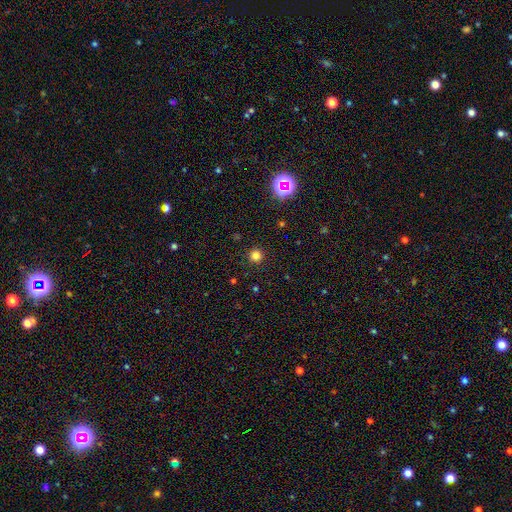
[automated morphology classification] Smooth or featured: smooth — 80% (star or artifact — 16%)
How rounded: round — 95% (in between — 4%)
Merging: none — 92% (minor disturbance — 5%)